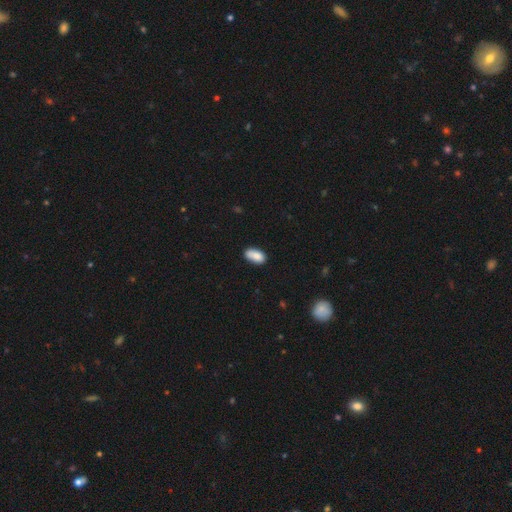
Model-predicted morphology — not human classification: Overall: smooth (84%). How rounded: in between (92%). Merging: none (63%).